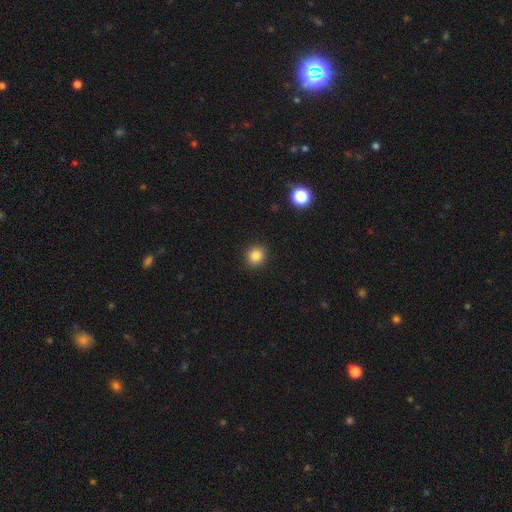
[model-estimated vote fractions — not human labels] A smooth galaxy with no disk features (84%) that is round (84%).

Vote fractions:
- Smooth or featured? smooth: 84% / star or artifact: 11% / featured or disk: 5%
- How rounded? round: 84% / in between: 15% / cigar-shaped: 1%
- Merging? none: 92% / minor disturbance: 5% / major disturbance: 2% / merger: 1%